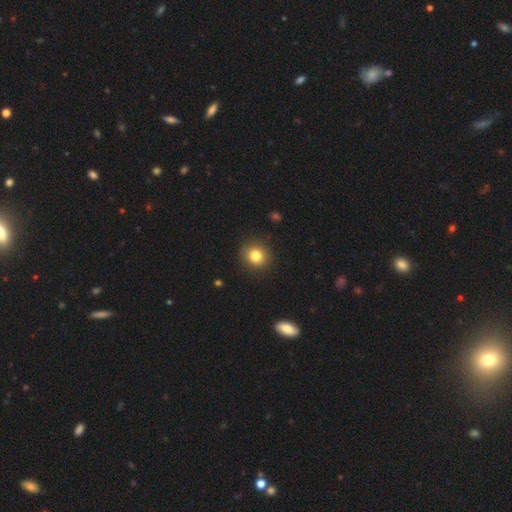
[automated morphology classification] Smooth or featured? smooth (82%)
How rounded? round (84%)
Merging? none (89%)